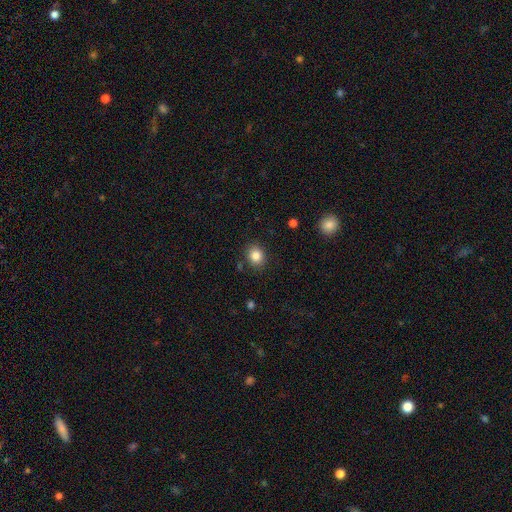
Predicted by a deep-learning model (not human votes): Smooth or featured? smooth (84%)
How rounded? round (68%)
Merging? none (86%)